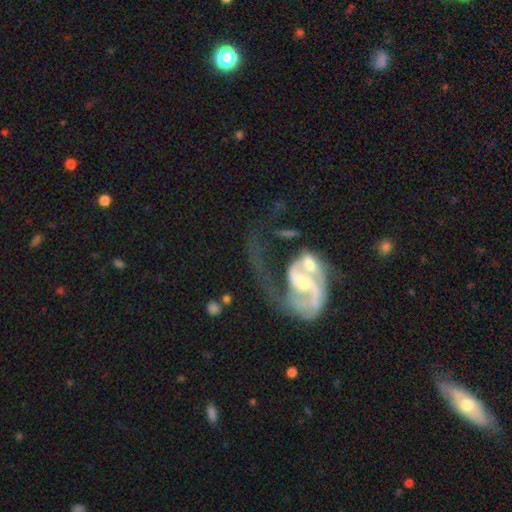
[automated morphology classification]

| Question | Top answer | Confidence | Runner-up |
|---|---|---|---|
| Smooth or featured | featured or disk | 81% | smooth (11%) |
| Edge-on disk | no | 97% | yes (3%) |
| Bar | no | 49% | weak (37%) |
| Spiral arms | yes | 86% | no (14%) |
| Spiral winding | loose | 40% | medium (38%) |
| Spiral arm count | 2 | 47% | 1 (34%) |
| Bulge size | moderate | 46% | small (41%) |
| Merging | merger | 40% | major disturbance (32%) |